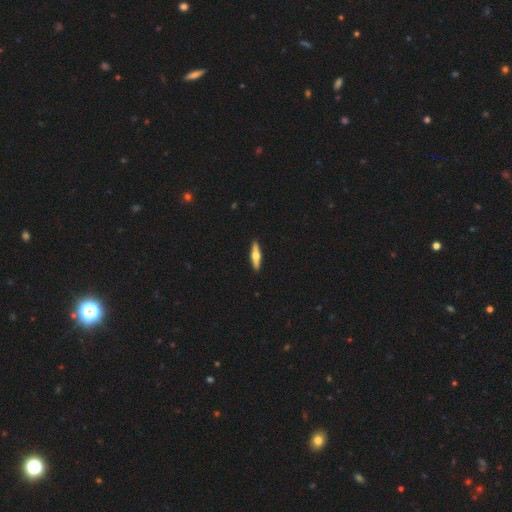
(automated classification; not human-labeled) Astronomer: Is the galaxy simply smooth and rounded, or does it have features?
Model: featured or disk — 59% (runner-up: smooth, 36%).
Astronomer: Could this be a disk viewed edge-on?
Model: yes — 95%.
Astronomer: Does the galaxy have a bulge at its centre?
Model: rounded — 95%.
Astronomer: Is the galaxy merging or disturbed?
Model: none — 92%.